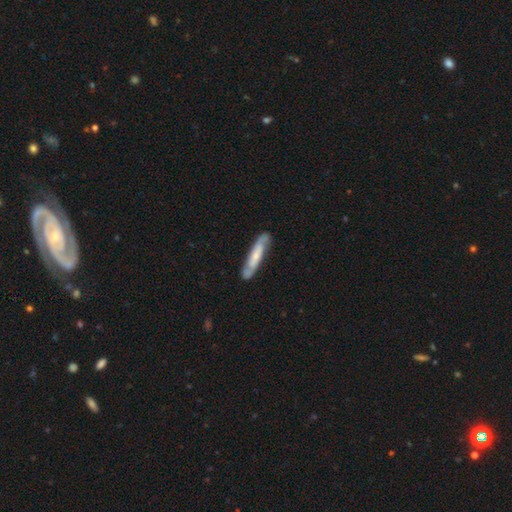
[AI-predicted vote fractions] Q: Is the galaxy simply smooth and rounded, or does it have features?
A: featured or disk — 52%.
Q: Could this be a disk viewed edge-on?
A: no — 55%.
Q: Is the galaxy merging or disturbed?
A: none — 76%.